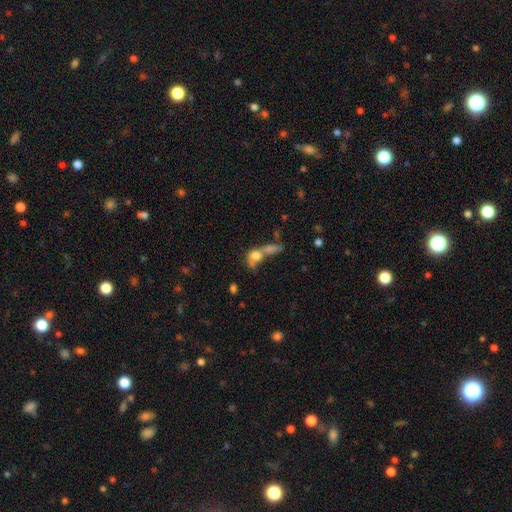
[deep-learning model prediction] smooth 67%, featured or disk 22%, star or artifact 11%. Down the decision tree: how rounded — in between (50%); merging — merger (61%).